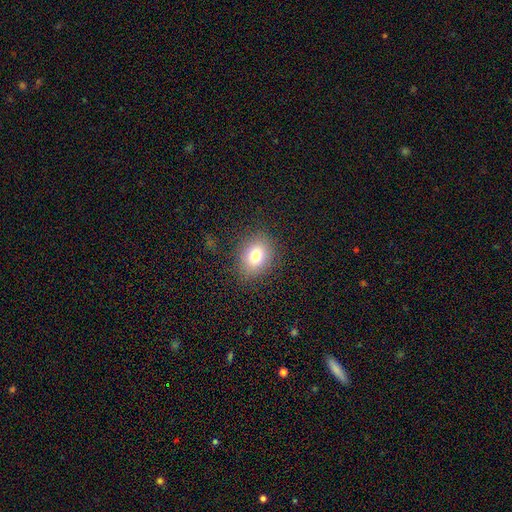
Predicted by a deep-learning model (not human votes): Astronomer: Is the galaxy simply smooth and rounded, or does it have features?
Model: smooth — 77%.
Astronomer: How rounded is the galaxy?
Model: in between — 53% (runner-up: round, 46%).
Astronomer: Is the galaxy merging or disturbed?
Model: none — 85%.